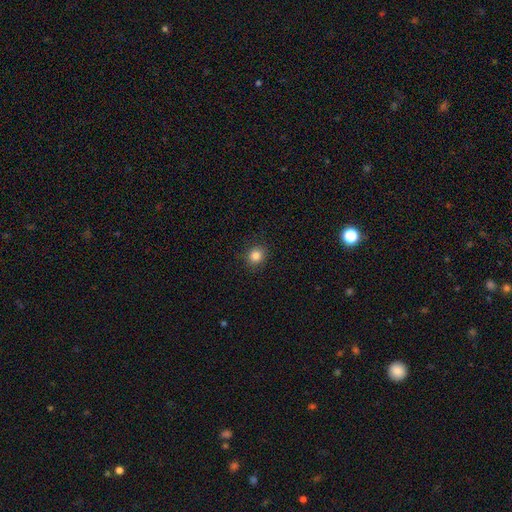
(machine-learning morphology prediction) Smooth or featured? Predicted: smooth (p=0.84). How rounded? Predicted: round (p=0.83). Merging? Predicted: none (p=0.89).